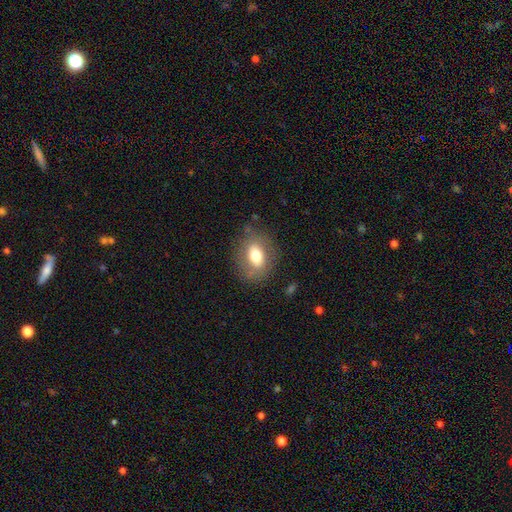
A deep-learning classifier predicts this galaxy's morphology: This is likely a smooth galaxy (67%). How rounded: likely in between (68%). Merging: likely none (79%).